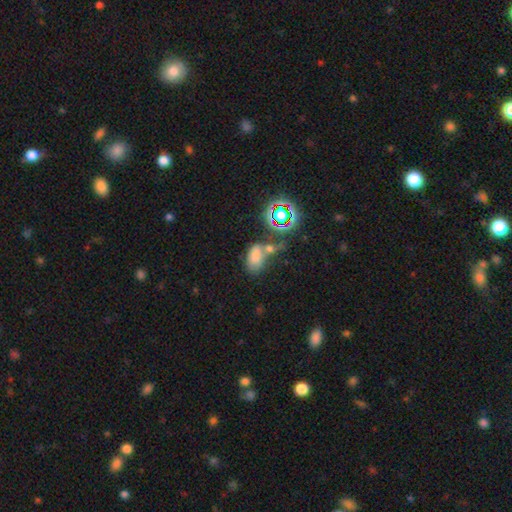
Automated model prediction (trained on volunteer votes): Morphology: type=smooth (64%); roundness=in between (87%); merging=merger (44%).